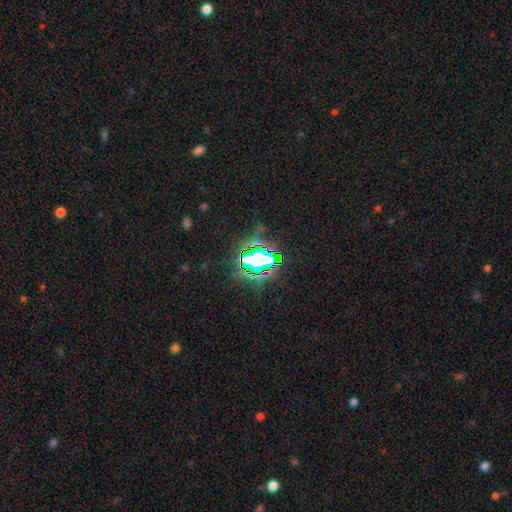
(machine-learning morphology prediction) Smooth or featured: star or artifact — 83% (smooth — 11%)